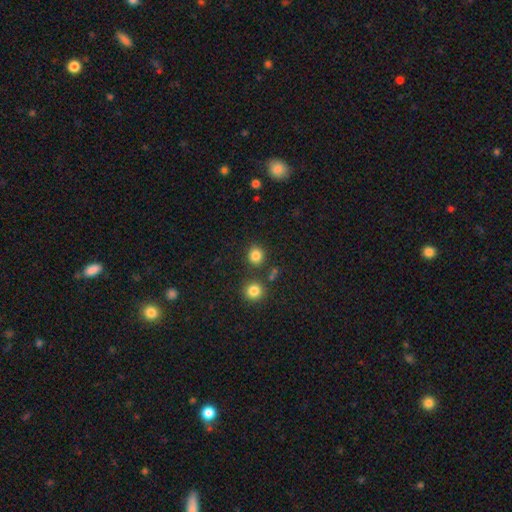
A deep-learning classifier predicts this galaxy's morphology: Overall: smooth (83%). How rounded: round (85%). Merging: none (83%).